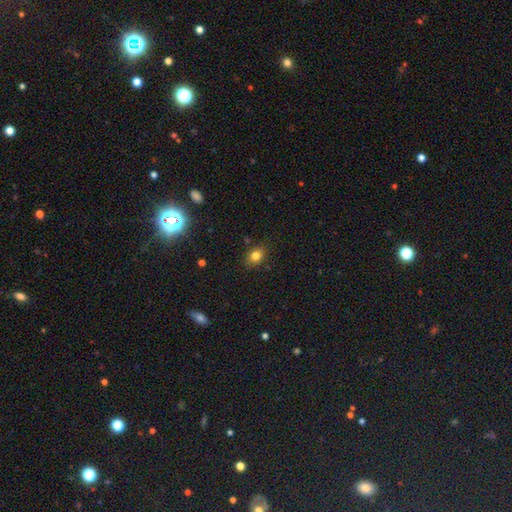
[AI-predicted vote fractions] smooth_or_featured: smooth (p=0.79) [alt: star or artifact p=0.13]
how_rounded: in between (p=0.59) [alt: round p=0.40]
merging: none (p=0.83) [alt: minor disturbance p=0.13]